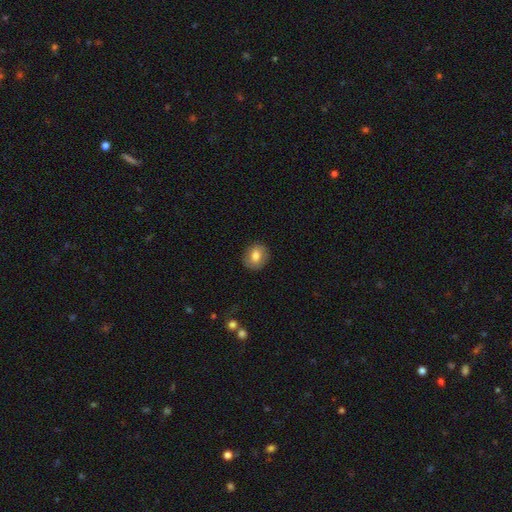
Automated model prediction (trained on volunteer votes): This is likely a smooth galaxy (76%). How rounded: likely round (67%). Merging: clearly none (87%).